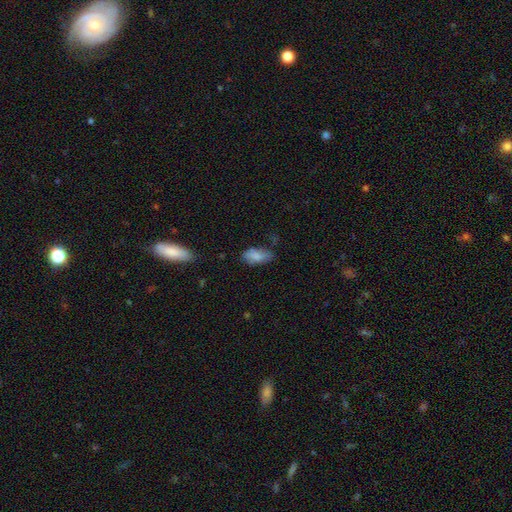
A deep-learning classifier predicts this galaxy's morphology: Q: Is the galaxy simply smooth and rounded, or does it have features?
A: smooth — 79%.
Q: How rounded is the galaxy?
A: in between — 90%.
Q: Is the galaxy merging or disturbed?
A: none — 58%.